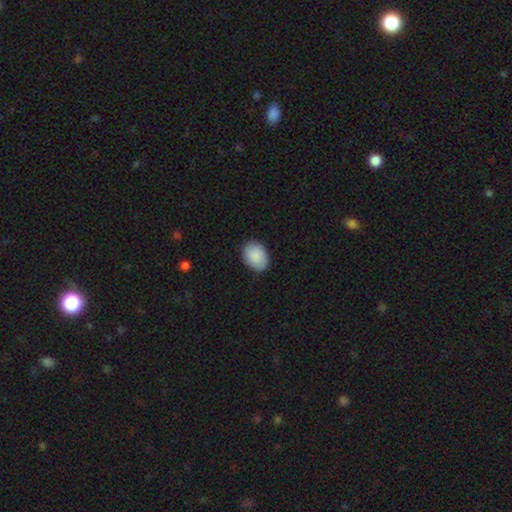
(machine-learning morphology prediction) Overall: smooth (90%). How rounded: in between (73%). Merging: none (86%).